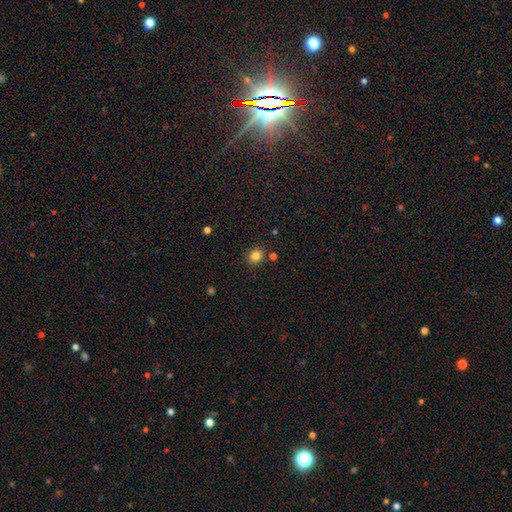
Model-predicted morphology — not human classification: Smooth or featured? Predicted: smooth (p=0.83). How rounded? Predicted: round (p=0.71). Merging? Predicted: none (p=0.83).